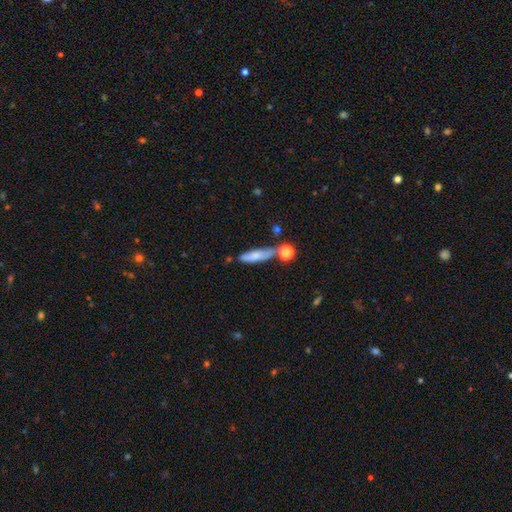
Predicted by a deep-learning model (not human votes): The model was most divided on "merging": none: 55%, minor disturbance: 21%, merger: 17%, major disturbance: 8%. More confident: smooth or featured — smooth (71%); how rounded — cigar-shaped (67%).